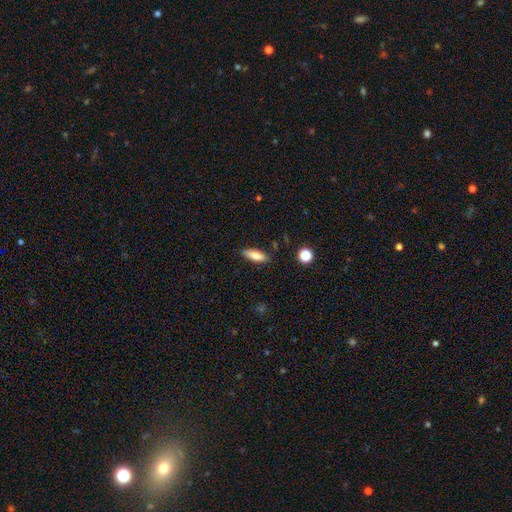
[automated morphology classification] type=smooth (77%); roundness=in between (56%); merging=none (87%).